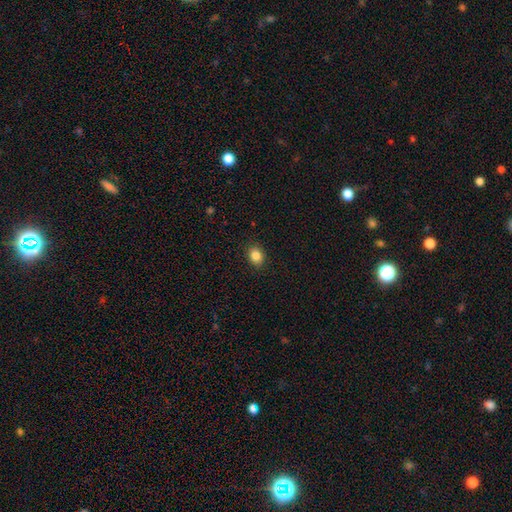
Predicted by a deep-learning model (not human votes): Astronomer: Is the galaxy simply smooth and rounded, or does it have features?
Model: smooth — 85%.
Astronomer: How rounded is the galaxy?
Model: in between — 57% (runner-up: round, 42%).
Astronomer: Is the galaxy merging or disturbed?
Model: none — 90%.